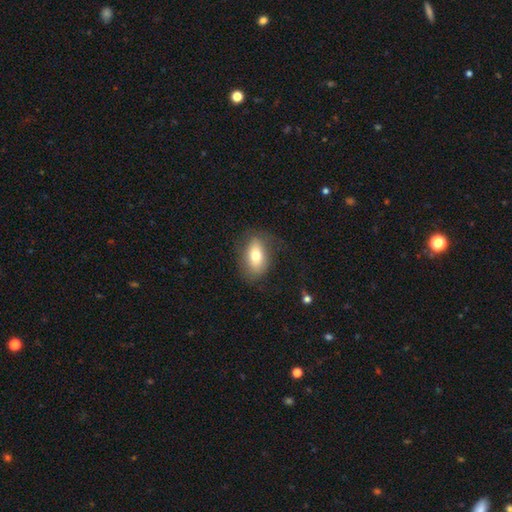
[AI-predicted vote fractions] A smooth galaxy with no disk features (73%) that is in between round and cigar-shaped (88%).

Vote fractions:
- Smooth or featured? smooth: 73% / featured or disk: 20% / star or artifact: 8%
- How rounded? in between: 88% / round: 9% / cigar-shaped: 4%
- Merging? none: 75% / minor disturbance: 17% / major disturbance: 7% / merger: 1%